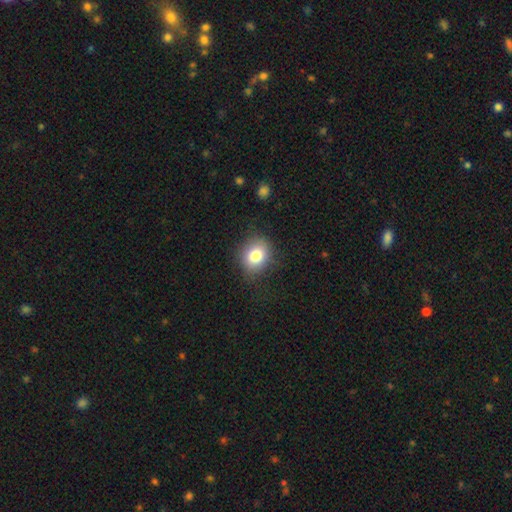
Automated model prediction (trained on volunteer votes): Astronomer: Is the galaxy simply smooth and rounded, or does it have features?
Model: smooth — 79%.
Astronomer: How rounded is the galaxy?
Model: round — 61% (runner-up: in between, 38%).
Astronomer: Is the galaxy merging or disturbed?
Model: none — 81%.